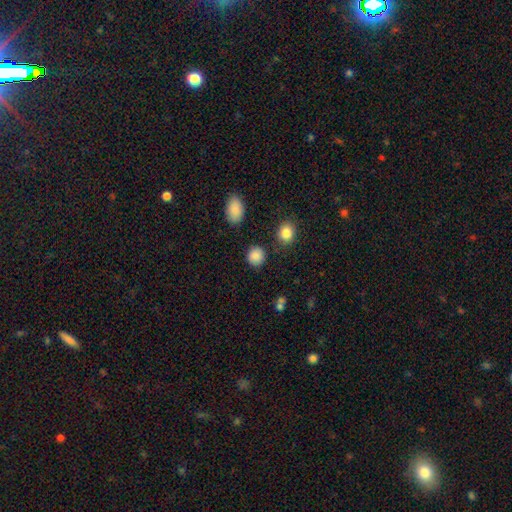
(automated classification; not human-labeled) smooth-or-featured: smooth: 87% | star or artifact: 9% | featured or disk: 3%
  how-rounded: round: 87% | in between: 12% | cigar-shaped: 1%
  merging: none: 86% | minor disturbance: 8% | major disturbance: 3% | merger: 3%